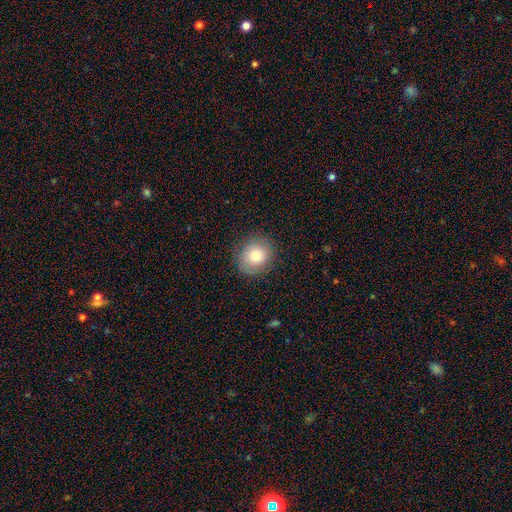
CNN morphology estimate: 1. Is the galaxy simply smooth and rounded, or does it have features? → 80% smooth, 12% featured or disk, 8% star or artifact.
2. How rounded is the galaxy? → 74% round, 25% in between, 1% cigar-shaped.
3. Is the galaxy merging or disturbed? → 85% none, 11% minor disturbance, 3% major disturbance, 1% merger.